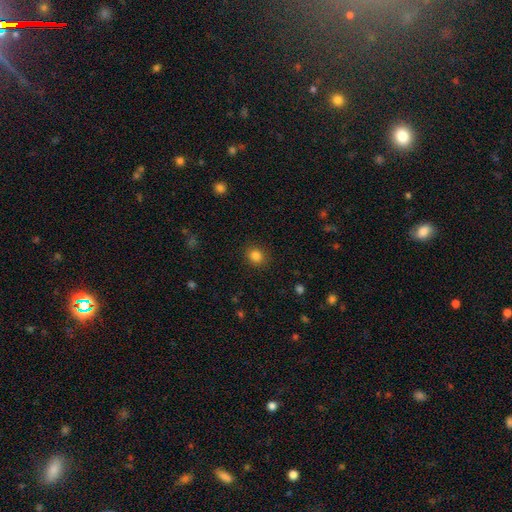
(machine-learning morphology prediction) This appears to be a smooth galaxy with no disk features (84%) that is round (76%). Merging: none (89%).